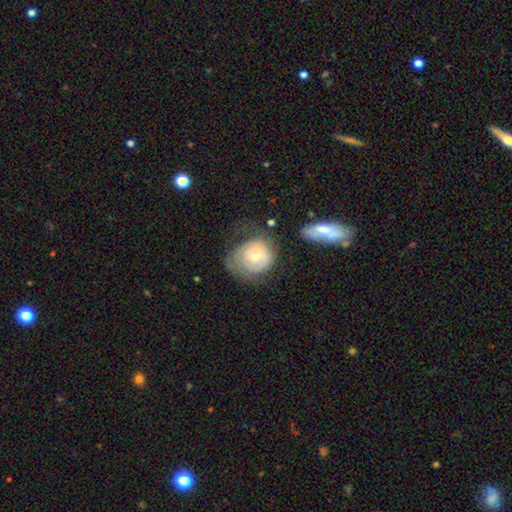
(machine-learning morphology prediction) This is possibly a smooth galaxy (50%). Merging: marginally none (39%).